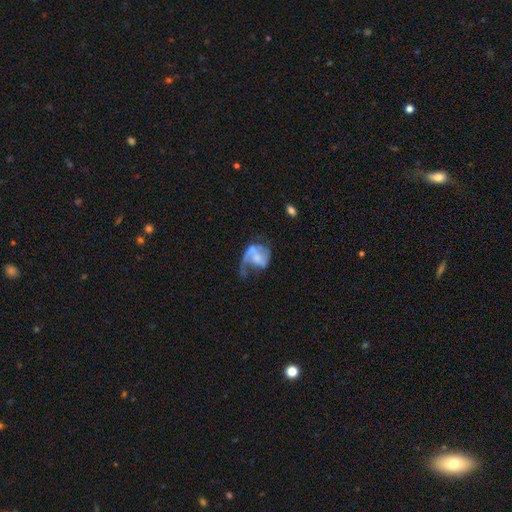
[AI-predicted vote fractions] Q: Smooth or featured?
A: featured or disk (65%); runner-up: smooth (27%)
Q: Edge-on disk?
A: no (98%); runner-up: yes (2%)
Q: Bar?
A: no (59%); runner-up: weak (31%)
Q: Spiral arms?
A: yes (68%); runner-up: no (32%)
Q: Bulge size?
A: none (37%); runner-up: small (25%)
Q: Merging?
A: major disturbance (45%); runner-up: none (23%)